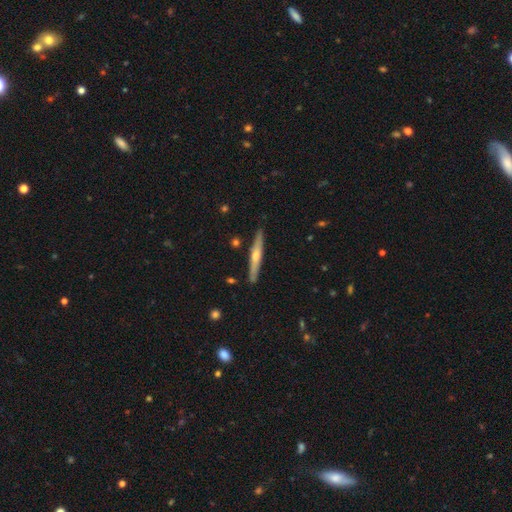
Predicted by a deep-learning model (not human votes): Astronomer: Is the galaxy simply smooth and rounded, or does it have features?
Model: featured or disk — 59% (runner-up: smooth, 35%).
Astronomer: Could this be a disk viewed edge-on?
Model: yes — 97%.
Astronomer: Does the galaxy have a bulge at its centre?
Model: rounded — 77%.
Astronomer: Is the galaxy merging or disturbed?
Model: none — 88%.